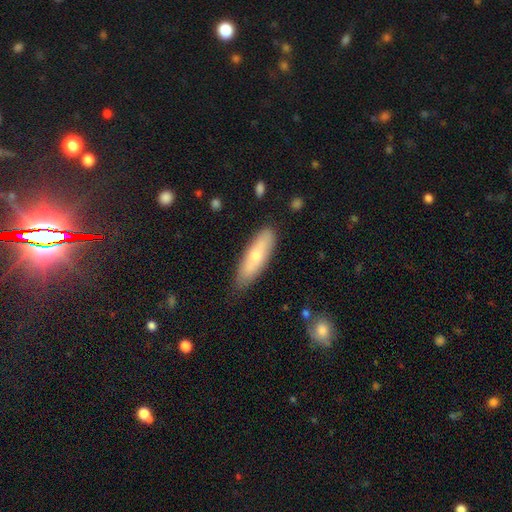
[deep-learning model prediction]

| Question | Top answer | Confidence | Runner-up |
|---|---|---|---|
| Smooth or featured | smooth | 61% | featured or disk (33%) |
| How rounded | cigar-shaped | 50% | in between (48%) |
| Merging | none | 80% | minor disturbance (15%) |